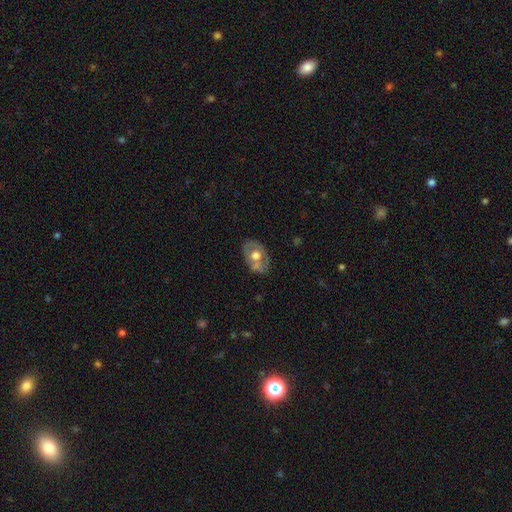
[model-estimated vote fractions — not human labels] Smooth or featured? featured or disk (51%)
Edge-on disk? no (91%)
Merging? none (66%)